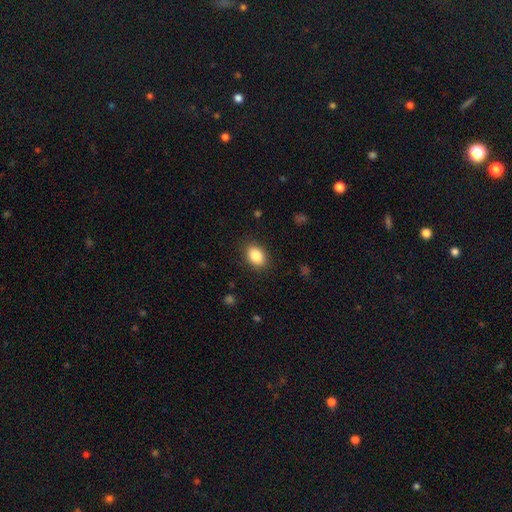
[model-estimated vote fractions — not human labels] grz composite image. It shows a smooth galaxy with no disk features (86%) that is in between round and cigar-shaped (77%). Merging: none (87%).